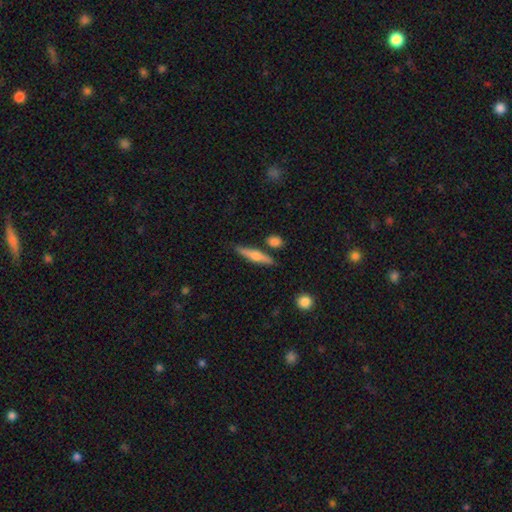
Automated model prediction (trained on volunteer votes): smooth_or_featured: featured or disk (p=0.49) [alt: smooth p=0.44]
merging: none (p=0.81) [alt: minor disturbance p=0.11]